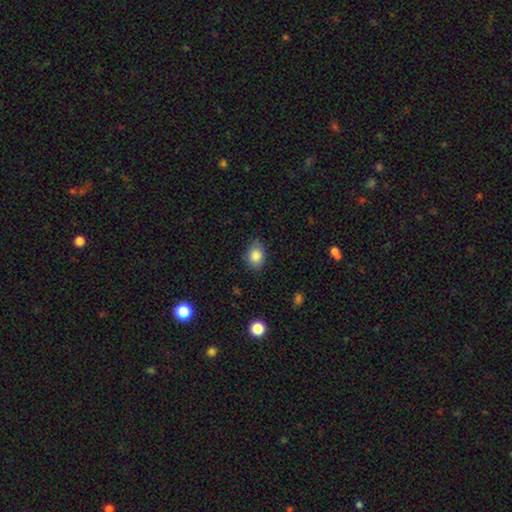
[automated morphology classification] A smooth galaxy with no disk features (85%) that is in between round and cigar-shaped (62%).

Vote fractions:
- Smooth or featured? smooth: 85% / star or artifact: 9% / featured or disk: 6%
- How rounded? in between: 62% / round: 37% / cigar-shaped: 1%
- Merging? none: 72% / minor disturbance: 22% / major disturbance: 4% / merger: 1%